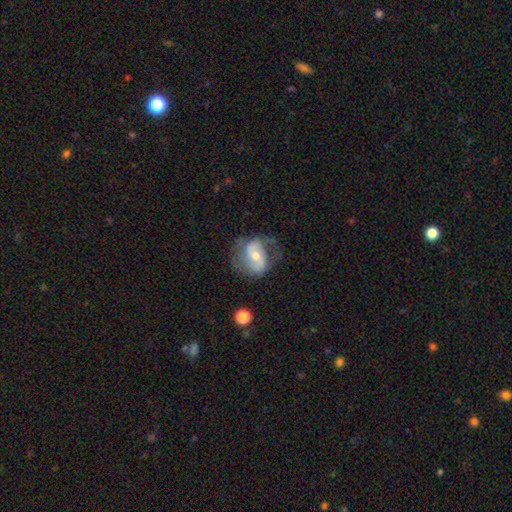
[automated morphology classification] This is likely a featured or disk galaxy (69%). It is clearly not viewed edge-on (97%). Bar: marginally no (43%). Spiral arm pattern: clearly yes (84%). Spiral arm count: likely 2 (77%). Spiral winding: possibly medium (46%). Central bulge: possibly moderate (58%). Merging: possibly none (53%).